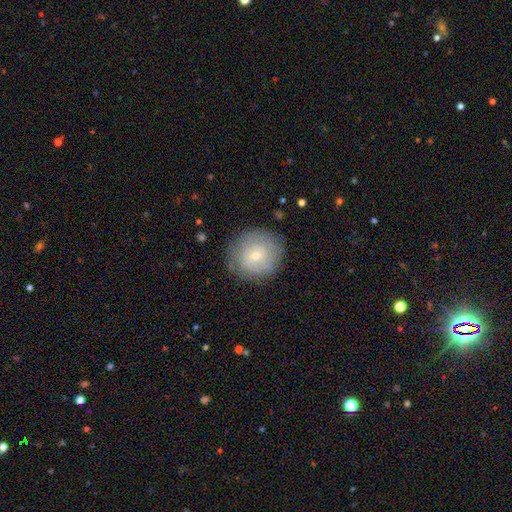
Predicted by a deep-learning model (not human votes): Smooth or featured? smooth (53%)
How rounded? round (92%)
Merging? none (81%)